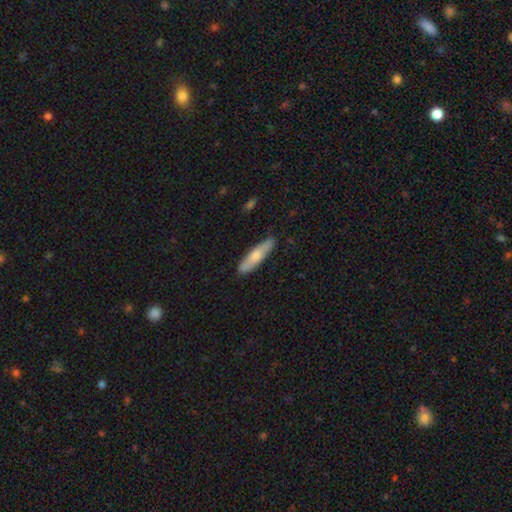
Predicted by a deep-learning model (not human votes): Overall: smooth (63%; featured or disk 32%). How rounded: cigar-shaped (78%). Merging: none (86%).